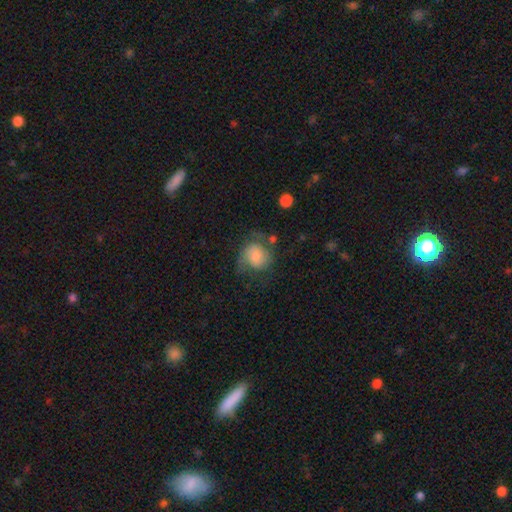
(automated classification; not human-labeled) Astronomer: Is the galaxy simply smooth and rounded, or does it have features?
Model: smooth — 59%.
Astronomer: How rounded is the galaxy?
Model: round — 76%.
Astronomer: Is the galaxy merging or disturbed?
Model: none — 48% (runner-up: minor disturbance, 27%).